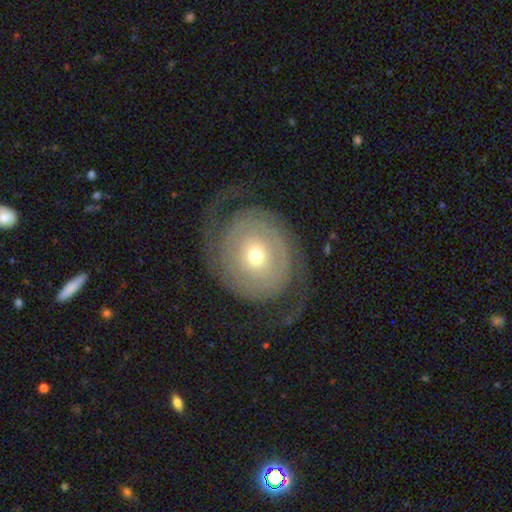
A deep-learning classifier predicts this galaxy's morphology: smooth_or_featured: featured or disk (p=0.72) [alt: smooth p=0.22]
disk_edge_on: no (p=0.96) [alt: yes p=0.04]
bar: no (p=0.80) [alt: weak p=0.15]
has_spiral_arms: yes (p=0.74) [alt: no p=0.26]
spiral_winding: tight (p=0.59) [alt: medium p=0.22]
spiral_arm_count: 2 (p=0.52) [alt: can't tell p=0.25]
bulge_size: small (p=0.51) [alt: moderate p=0.42]
merging: none (p=0.63) [alt: major disturbance p=0.21]